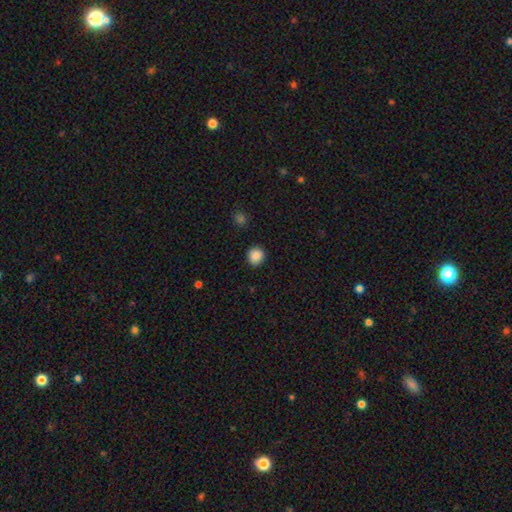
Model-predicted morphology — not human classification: A smooth galaxy with no disk features (88%) that is round (86%).

Vote fractions:
- Smooth or featured? smooth: 88% / star or artifact: 9% / featured or disk: 3%
- How rounded? round: 86% / in between: 13% / cigar-shaped: 1%
- Merging? none: 90% / minor disturbance: 7% / major disturbance: 2% / merger: 1%